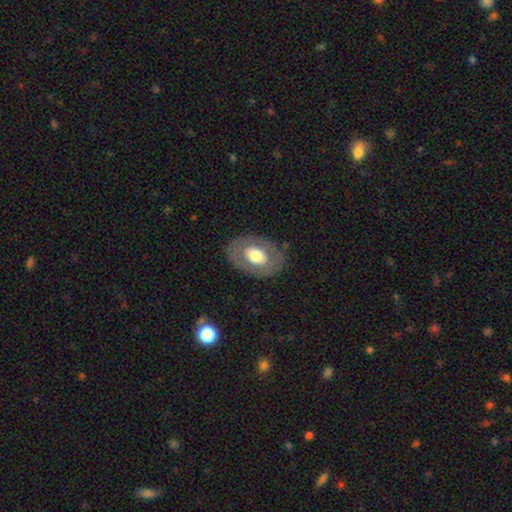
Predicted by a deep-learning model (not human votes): This appears to be a smooth galaxy with no disk features (55%) that is in between round and cigar-shaped (80%). Merging: none (81%).